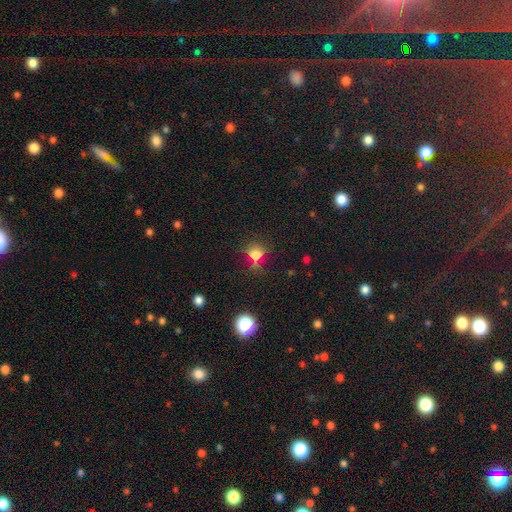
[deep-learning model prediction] smooth-or-featured: smooth: 71% | star or artifact: 22% | featured or disk: 7%
  how-rounded: round: 78% | in between: 21% | cigar-shaped: 2%
  merging: none: 69% | minor disturbance: 15% | merger: 9% | major disturbance: 7%